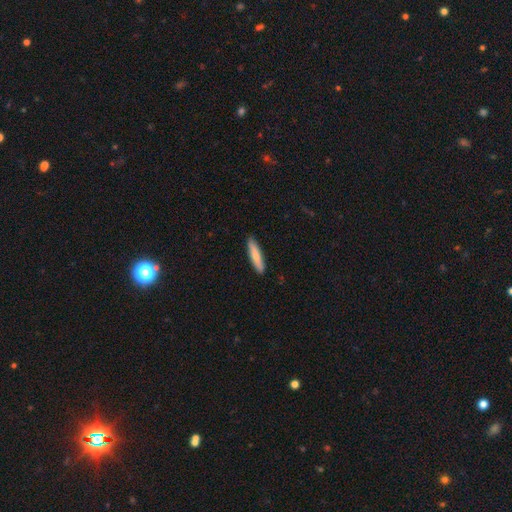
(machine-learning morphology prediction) This is likely a smooth galaxy (79%). How rounded: clearly cigar-shaped (87%). Merging: clearly none (90%).